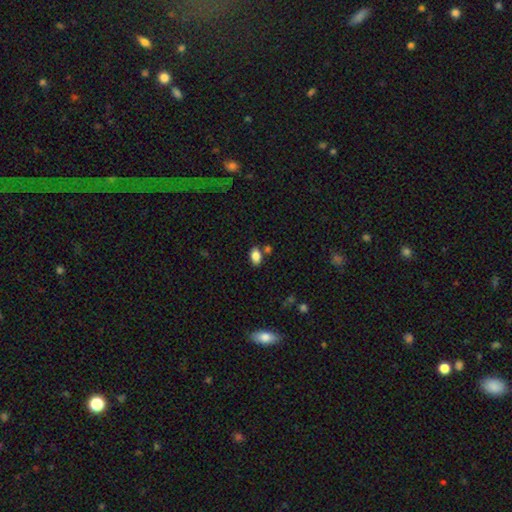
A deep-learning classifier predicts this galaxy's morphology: A smooth galaxy with no disk features (85%) that is in between round and cigar-shaped (90%). Merging: none (73%).